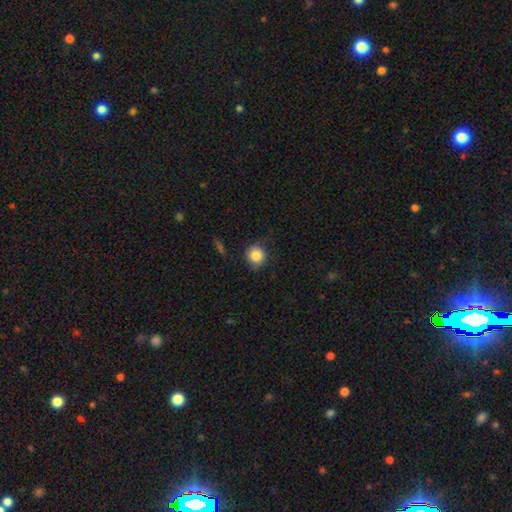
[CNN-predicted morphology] smooth_or_featured: smooth (p=0.83) [alt: star or artifact p=0.09]
how_rounded: round (p=0.87) [alt: in between p=0.12]
merging: none (p=0.76) [alt: minor disturbance p=0.18]